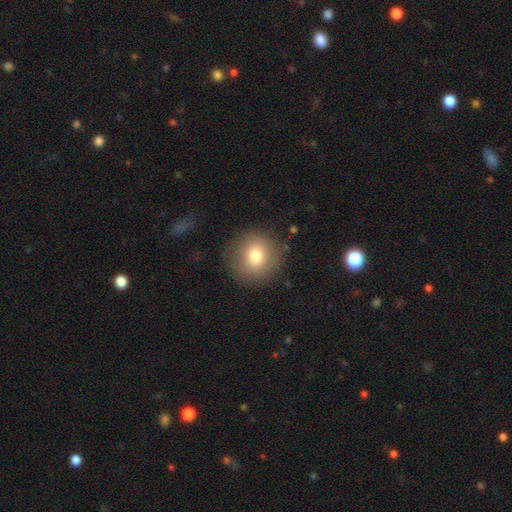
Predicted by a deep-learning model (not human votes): Overall: smooth (77%). How rounded: round (90%). Merging: none (85%).